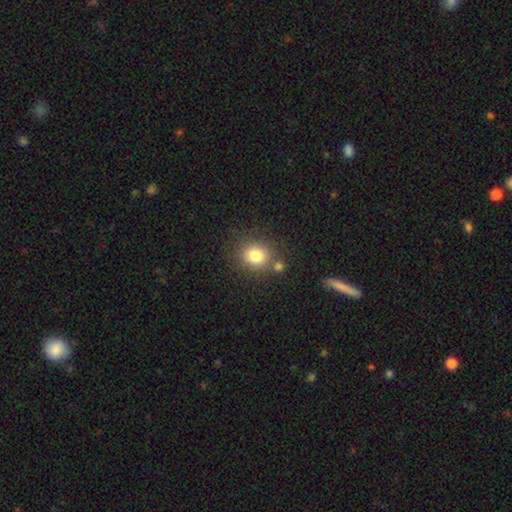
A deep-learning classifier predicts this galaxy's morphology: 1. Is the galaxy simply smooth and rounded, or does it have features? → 81% smooth, 11% star or artifact, 8% featured or disk.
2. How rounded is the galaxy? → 80% round, 19% in between, 1% cigar-shaped.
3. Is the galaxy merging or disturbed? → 72% none, 14% merger, 10% minor disturbance, 4% major disturbance.